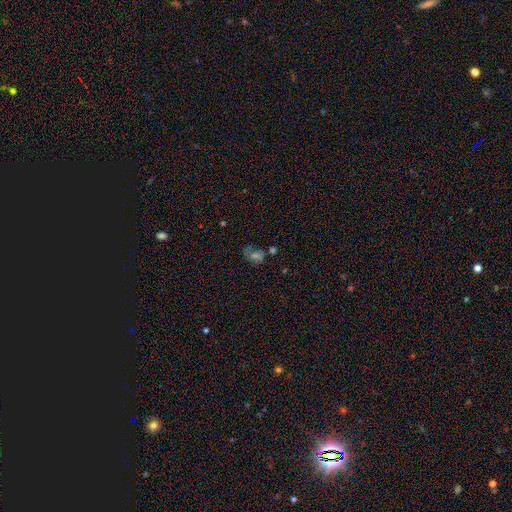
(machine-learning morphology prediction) Overall: featured or disk (44%; smooth 30%). Merging: none (47%; minor disturbance 19%).